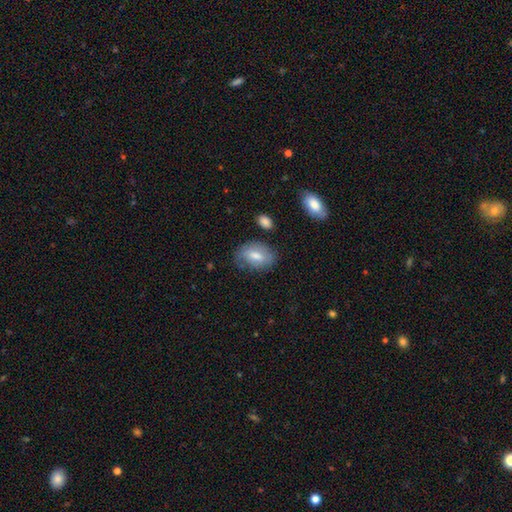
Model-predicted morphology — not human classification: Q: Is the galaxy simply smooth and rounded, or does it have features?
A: smooth — 70%.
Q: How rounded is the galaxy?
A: in between — 88%.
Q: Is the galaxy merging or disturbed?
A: none — 69%.